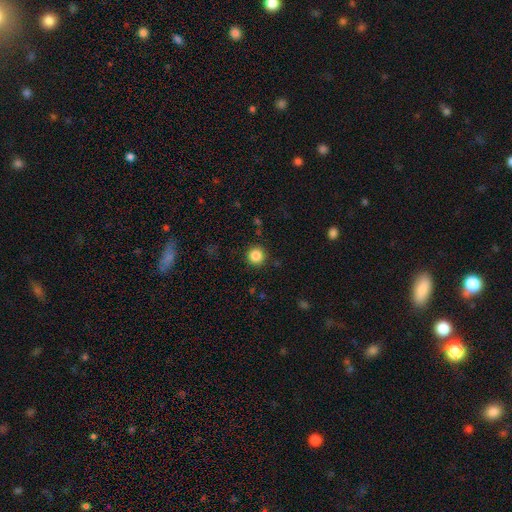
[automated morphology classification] This is clearly a smooth galaxy (85%). How rounded: clearly round (95%). Merging: clearly none (91%).